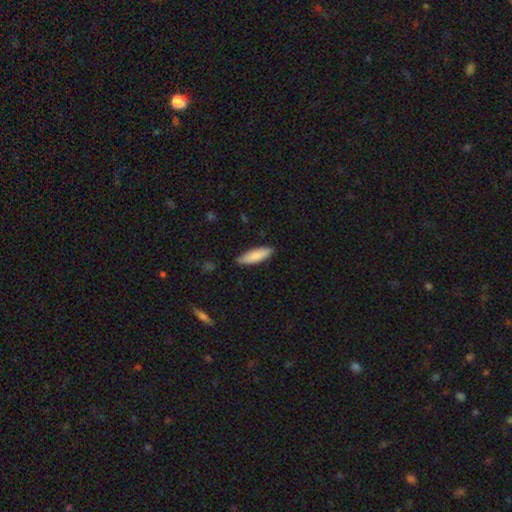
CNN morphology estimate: type=smooth (86%); roundness=cigar-shaped (50%); merging=none (86%).